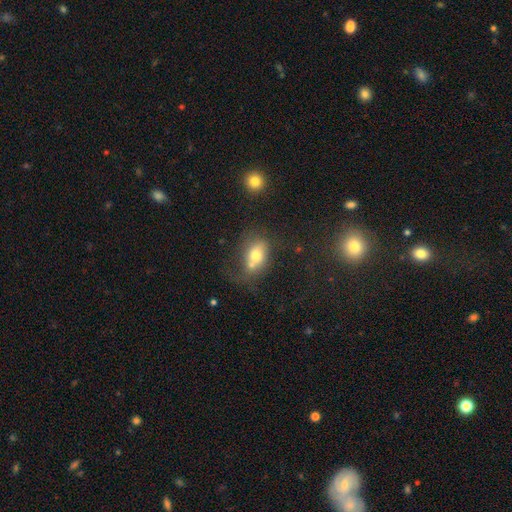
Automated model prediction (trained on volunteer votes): Smooth or featured? Predicted: smooth (p=0.69). How rounded? Predicted: in between (p=0.71). Merging? Predicted: merger (p=0.36).